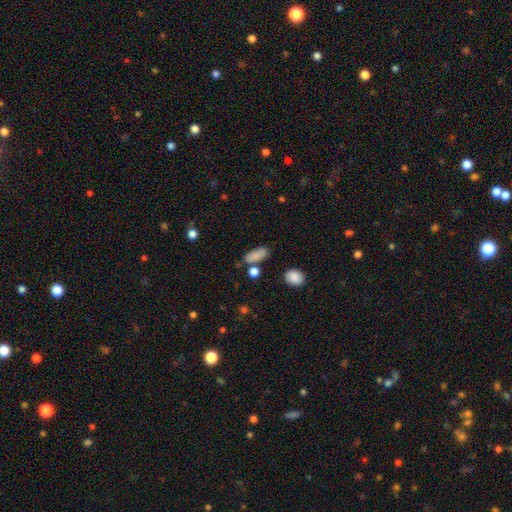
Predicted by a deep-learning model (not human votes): Overall: smooth (84%). How rounded: in between (83%). Merging: none (71%).